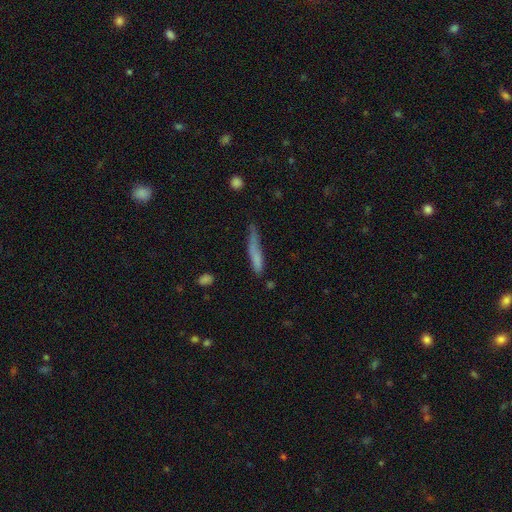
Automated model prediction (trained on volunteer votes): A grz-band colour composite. It shows a smooth galaxy with no disk features (68%) that is cigar-shaped (89%). Merging: none (45%).